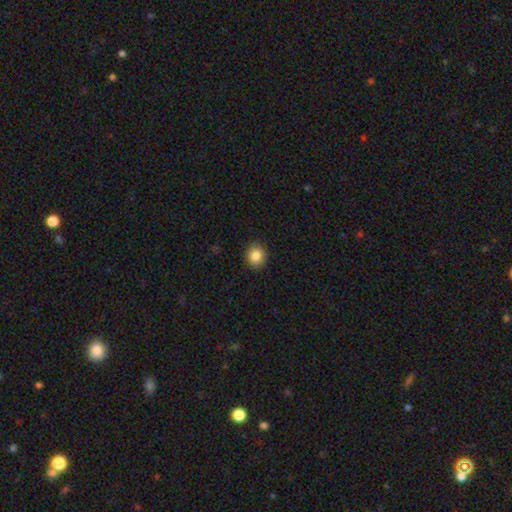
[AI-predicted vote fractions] Smooth or featured?
  - smooth: 85% *
  - star or artifact: 9%
  - featured or disk: 5%
How rounded?
  - round: 80% *
  - in between: 19%
  - cigar-shaped: 1%
Merging?
  - none: 90% *
  - minor disturbance: 7%
  - major disturbance: 2%
  - merger: 1%